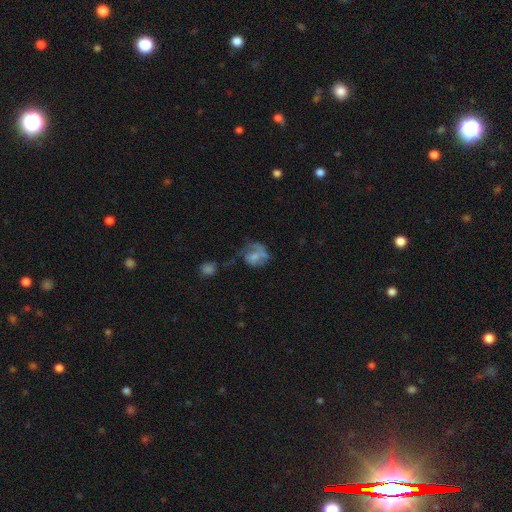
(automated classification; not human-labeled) This appears to be a smooth galaxy with no disk features (45%). Merging: major disturbance (39%).